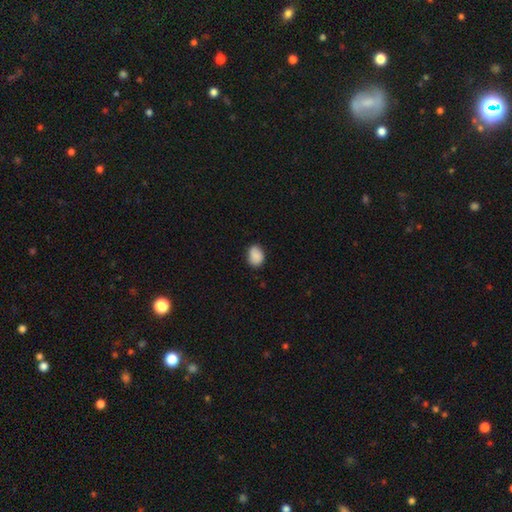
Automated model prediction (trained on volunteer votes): The model was most divided on "how rounded": in between: 64%, round: 35%, cigar-shaped: 1%. More confident: smooth or featured — smooth (88%); merging — none (78%).